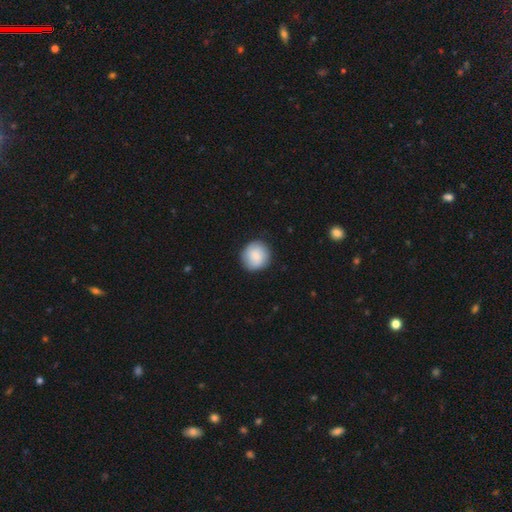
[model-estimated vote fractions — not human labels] Smooth or featured: smooth — 85% (featured or disk — 8%)
How rounded: round — 93% (in between — 6%)
Merging: none — 89% (minor disturbance — 8%)